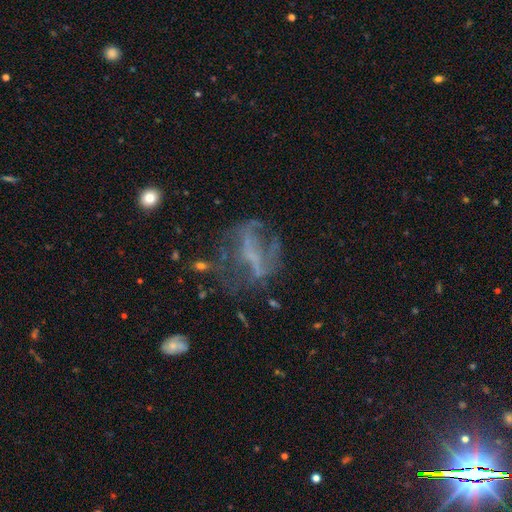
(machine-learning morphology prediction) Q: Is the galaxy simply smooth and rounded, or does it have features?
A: featured or disk — 58%.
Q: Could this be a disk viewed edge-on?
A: no — 89%.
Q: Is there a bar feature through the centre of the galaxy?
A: no — 45%.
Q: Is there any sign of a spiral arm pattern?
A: no — 67%.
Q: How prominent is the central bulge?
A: none — 60%.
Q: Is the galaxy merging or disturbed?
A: none — 43%.